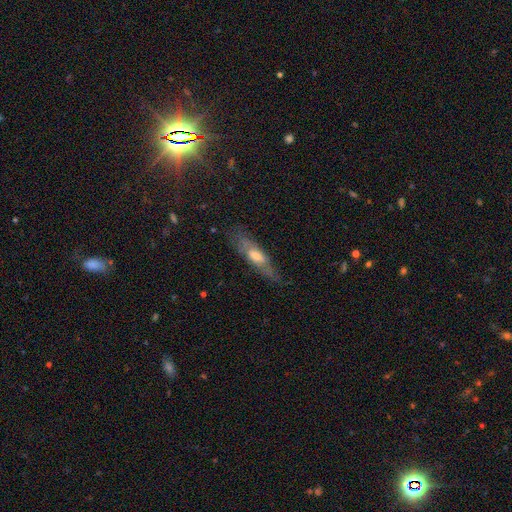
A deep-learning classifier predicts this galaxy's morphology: type=featured or disk (53%); edge-on=yes (56%); merging=none (71%).